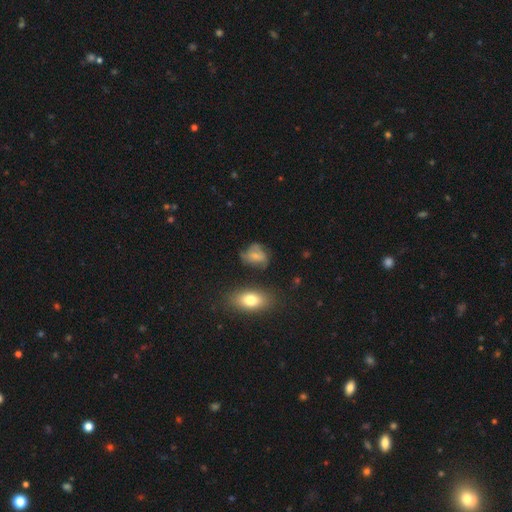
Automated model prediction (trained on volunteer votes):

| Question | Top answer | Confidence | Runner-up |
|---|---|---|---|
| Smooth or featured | smooth | 55% | featured or disk (33%) |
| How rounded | in between | 60% | round (38%) |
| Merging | none | 51% | minor disturbance (29%) |